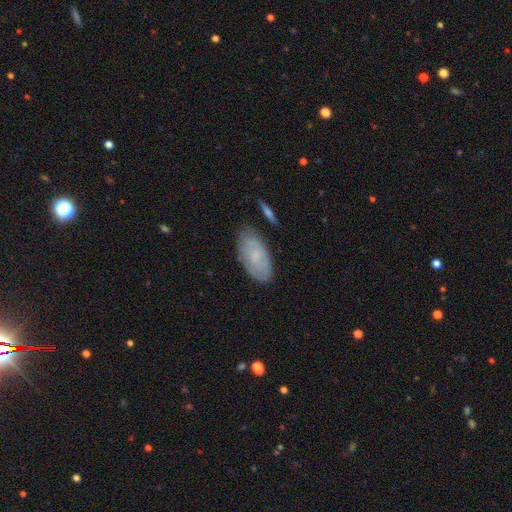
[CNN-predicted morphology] Q: Smooth or featured?
A: smooth (59%); runner-up: featured or disk (34%)
Q: How rounded?
A: in between (93%); runner-up: cigar-shaped (4%)
Q: Merging?
A: none (77%); runner-up: minor disturbance (17%)